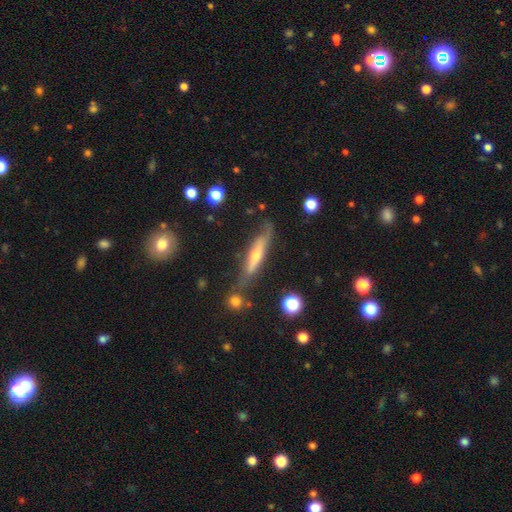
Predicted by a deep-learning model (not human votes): Morphology: type=featured or disk (62%); edge-on=yes (86%); edge-on bulge=rounded (74%); merging=none (69%).